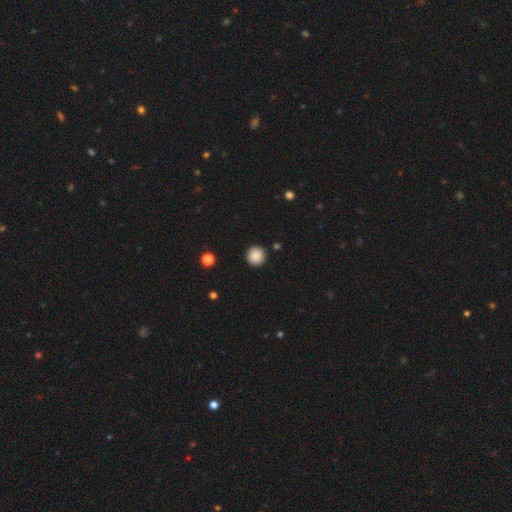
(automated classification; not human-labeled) This is clearly a smooth galaxy (88%). How rounded: clearly round (95%). Merging: clearly none (91%).